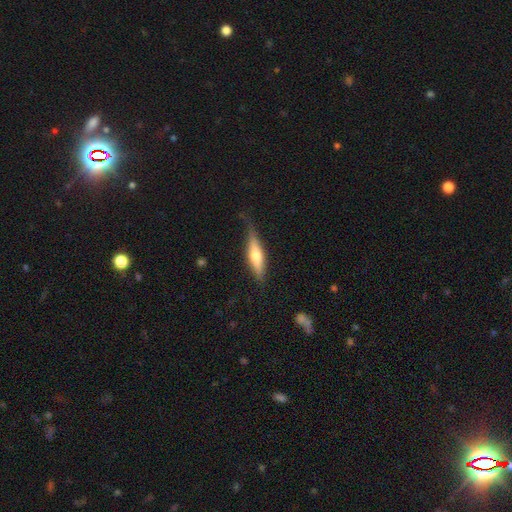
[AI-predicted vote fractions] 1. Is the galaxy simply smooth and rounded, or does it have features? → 49% smooth, 45% featured or disk, 6% star or artifact.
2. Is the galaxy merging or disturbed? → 68% none, 24% minor disturbance, 7% major disturbance, 2% merger.